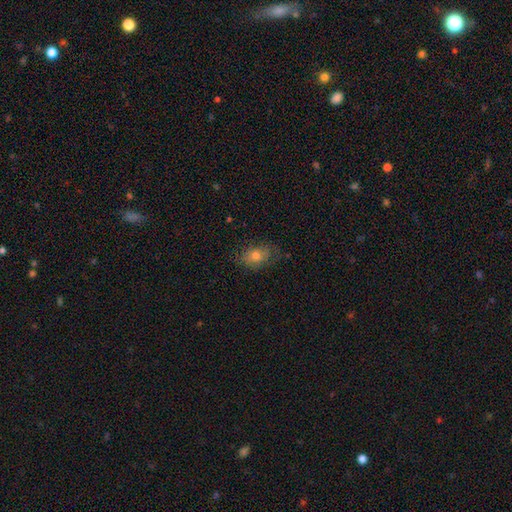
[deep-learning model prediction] Morphology: type=smooth (66%); roundness=in between (76%); merging=none (73%).